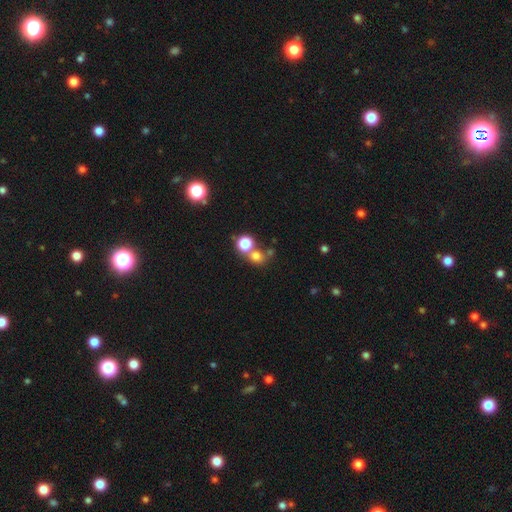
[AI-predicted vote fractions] Smooth or featured? smooth (71%)
How rounded? round (82%)
Merging? none (52%)